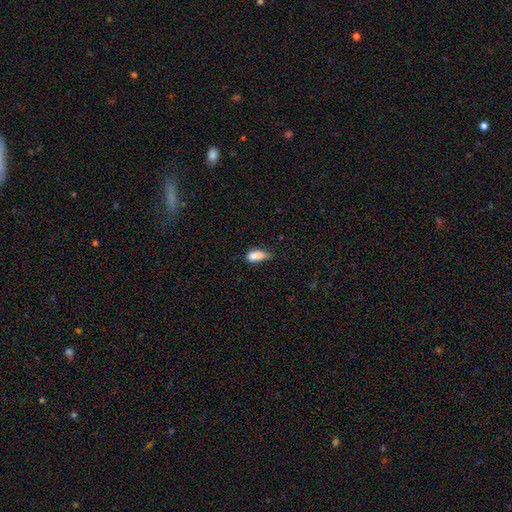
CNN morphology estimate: Overall: smooth (80%). How rounded: in between (77%). Merging: minor disturbance (36%, tied with none).